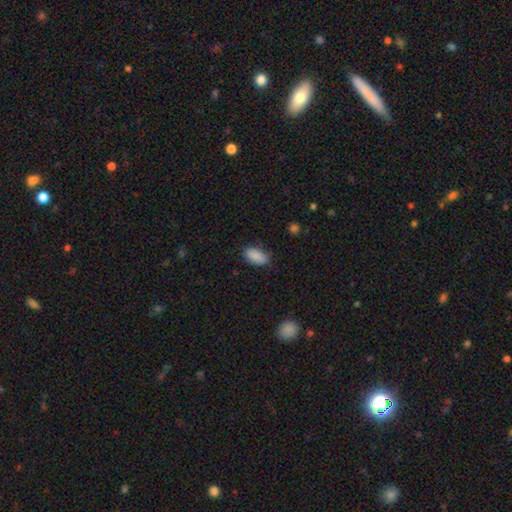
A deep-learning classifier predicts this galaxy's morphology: Overall: smooth (88%). How rounded: in between (92%). Merging: none (75%).